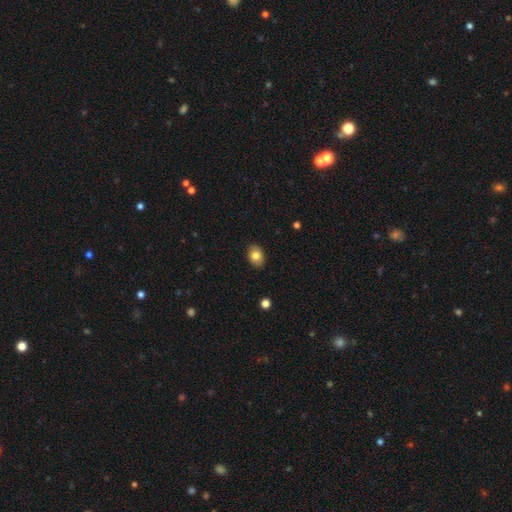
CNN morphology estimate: Smooth or featured?
  - smooth: 81% *
  - featured or disk: 11%
  - star or artifact: 8%
How rounded?
  - in between: 75% *
  - round: 24%
  - cigar-shaped: 1%
Merging?
  - none: 88% *
  - minor disturbance: 9%
  - major disturbance: 2%
  - merger: 1%